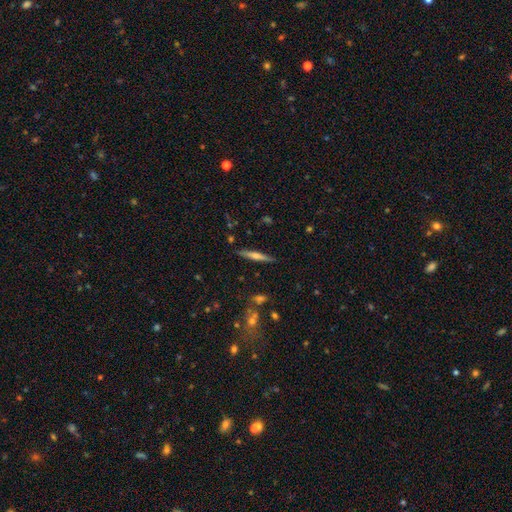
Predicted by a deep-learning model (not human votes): featured or disk 57%, smooth 36%, star or artifact 8%. Down the decision tree: edge-on disk — yes (96%); edge-on bulge — rounded (74%); merging — none (88%).